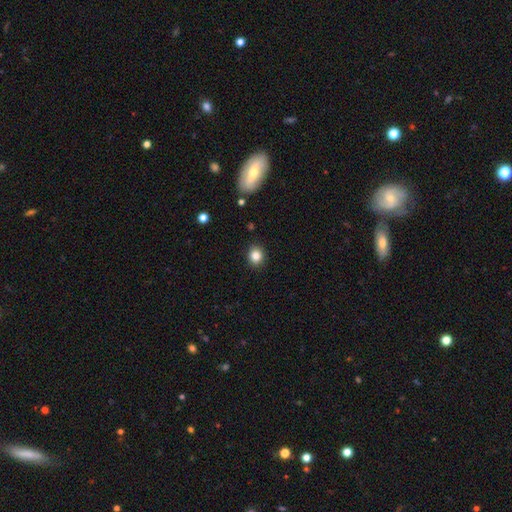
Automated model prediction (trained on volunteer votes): smooth 84%, star or artifact 10%, featured or disk 5%. Down the decision tree: how rounded — round (74%); merging — none (90%).